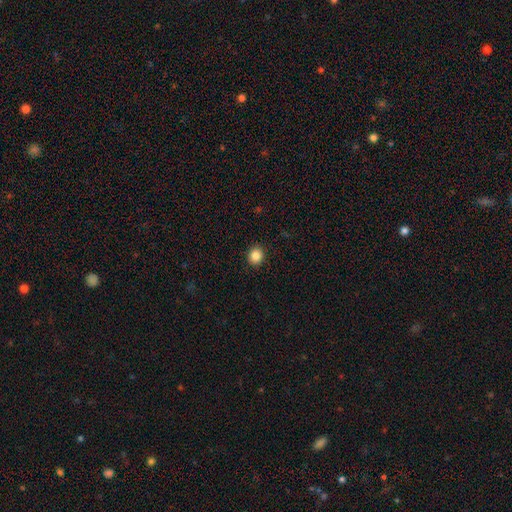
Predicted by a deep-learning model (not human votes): A smooth galaxy with no disk features (86%) that is round (81%). Merging: none (92%).